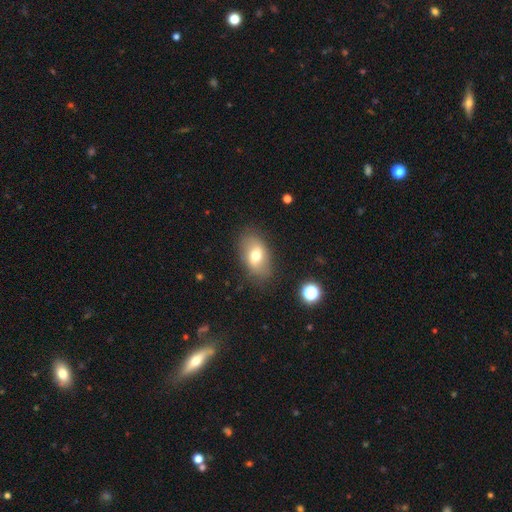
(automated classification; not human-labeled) smooth_or_featured: smooth (p=0.63) [alt: featured or disk p=0.27]
how_rounded: in between (p=0.88) [alt: round p=0.10]
merging: none (p=0.80) [alt: minor disturbance p=0.14]